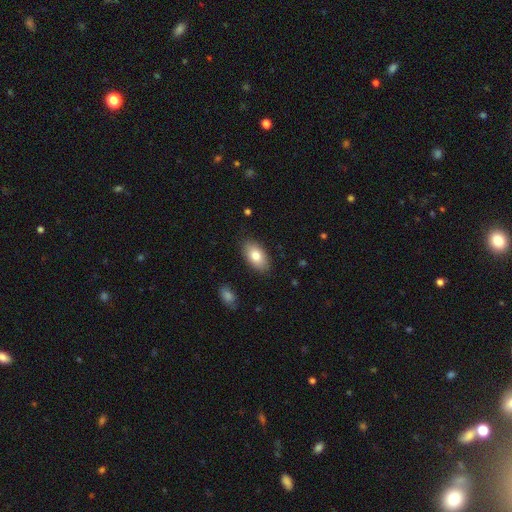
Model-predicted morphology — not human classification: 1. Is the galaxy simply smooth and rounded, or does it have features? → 80% smooth, 13% featured or disk, 7% star or artifact.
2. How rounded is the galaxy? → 94% in between, 4% round, 2% cigar-shaped.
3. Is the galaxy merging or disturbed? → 87% none, 9% minor disturbance, 2% major disturbance, 1% merger.